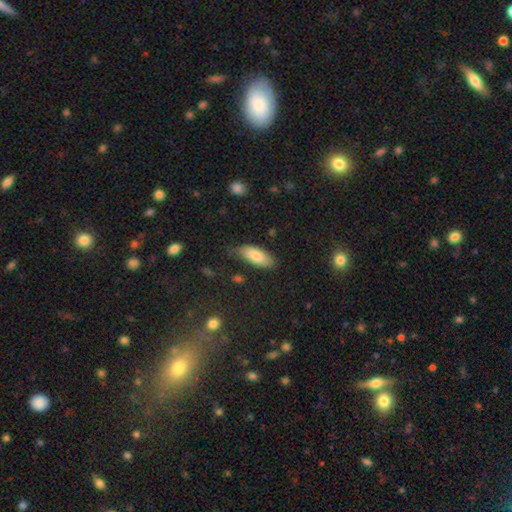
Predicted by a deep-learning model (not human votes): A smooth galaxy with no disk features (83%) that is in between round and cigar-shaped (81%).

Vote fractions:
- Smooth or featured? smooth: 83% / featured or disk: 10% / star or artifact: 7%
- How rounded? in between: 81% / cigar-shaped: 17% / round: 2%
- Merging? none: 65% / minor disturbance: 26% / major disturbance: 6% / merger: 2%